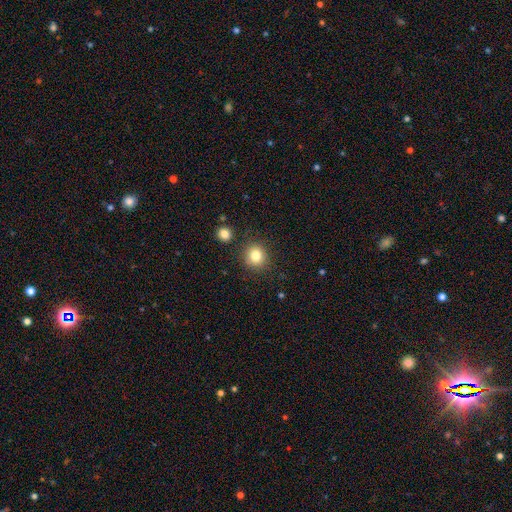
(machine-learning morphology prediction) Smooth or featured?
  - smooth: 82% *
  - star or artifact: 11%
  - featured or disk: 7%
How rounded?
  - round: 88% *
  - in between: 11%
  - cigar-shaped: 1%
Merging?
  - none: 86% *
  - minor disturbance: 8%
  - merger: 3%
  - major disturbance: 3%